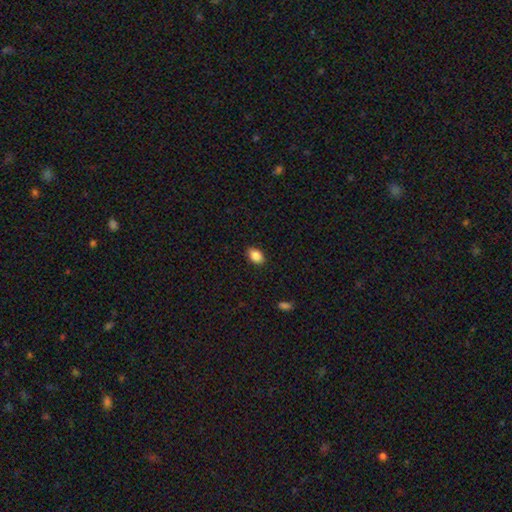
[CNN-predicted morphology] This is clearly a smooth galaxy (87%). How rounded: clearly in between (85%). Merging: clearly none (88%).